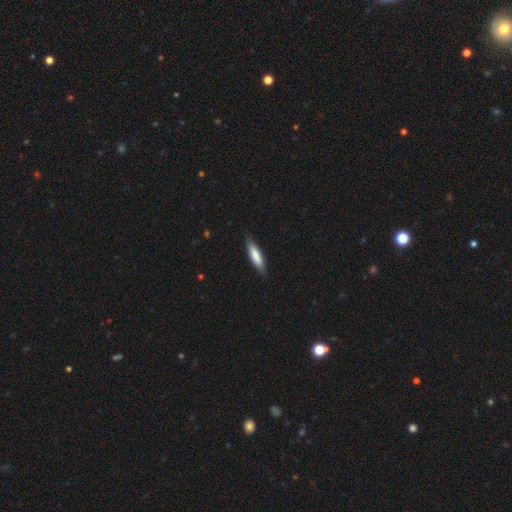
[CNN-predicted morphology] Smooth or featured: smooth — 77% (featured or disk — 18%)
How rounded: cigar-shaped — 73% (in between — 26%)
Merging: none — 84% (minor disturbance — 13%)